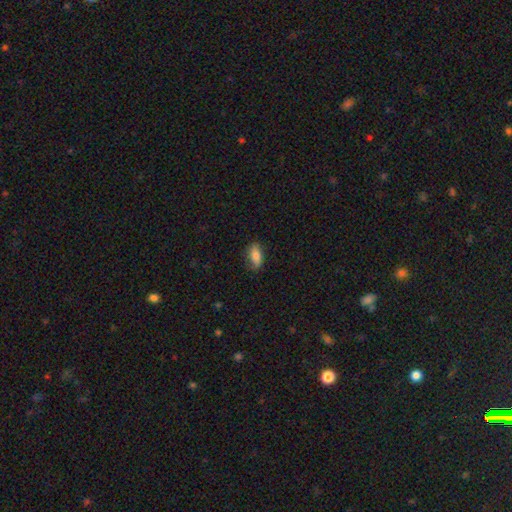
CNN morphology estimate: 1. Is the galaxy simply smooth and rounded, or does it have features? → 80% smooth, 13% featured or disk, 7% star or artifact.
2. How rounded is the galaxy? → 85% in between, 11% cigar-shaped, 4% round.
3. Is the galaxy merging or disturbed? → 78% none, 17% minor disturbance, 3% major disturbance, 1% merger.